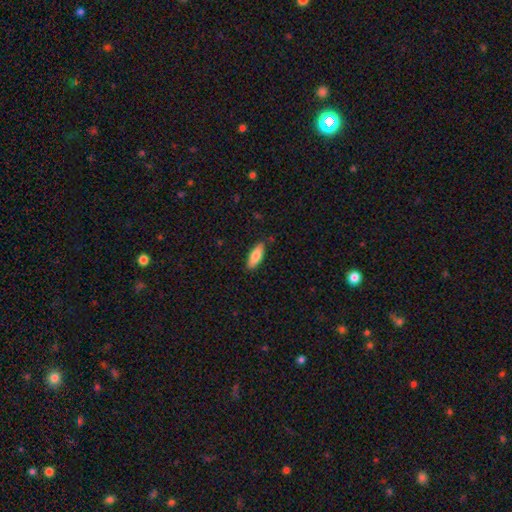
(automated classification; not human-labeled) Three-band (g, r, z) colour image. It shows a smooth galaxy with no disk features (79%) that is in between round and cigar-shaped (64%). Merging: none (86%).